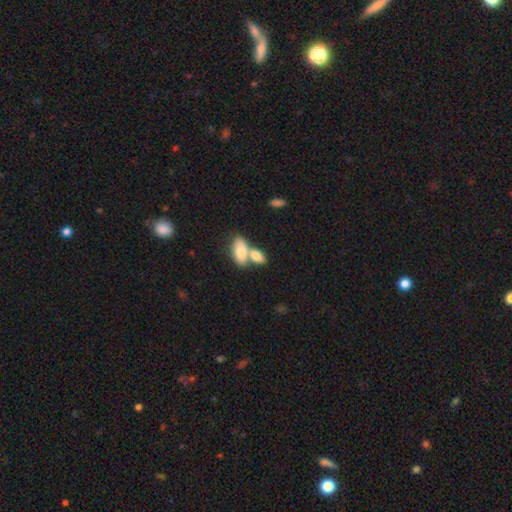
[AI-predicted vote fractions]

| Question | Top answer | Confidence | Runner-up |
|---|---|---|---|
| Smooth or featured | smooth | 79% | featured or disk (15%) |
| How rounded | in between | 88% | round (6%) |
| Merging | merger | 61% | none (28%) |